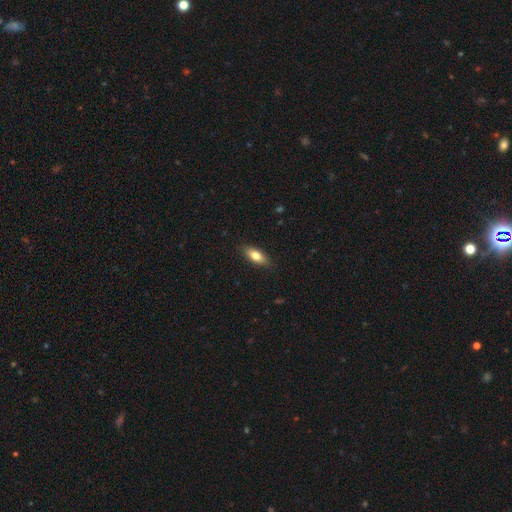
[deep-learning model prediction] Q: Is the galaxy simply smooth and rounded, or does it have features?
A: smooth — 76%.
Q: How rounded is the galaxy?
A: in between — 74%.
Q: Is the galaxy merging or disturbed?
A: none — 87%.